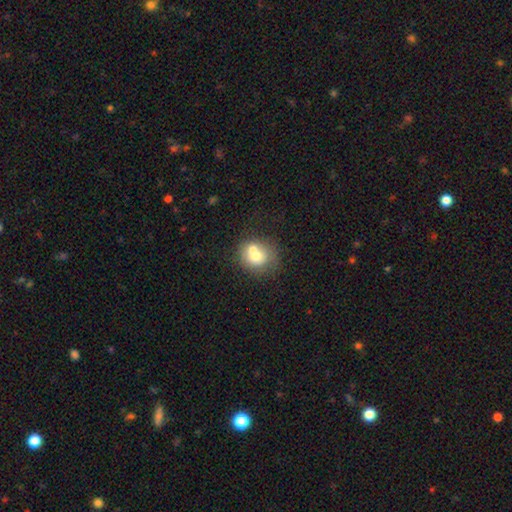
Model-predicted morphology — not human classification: smooth-or-featured: smooth: 66% | featured or disk: 25% | star or artifact: 9%
  how-rounded: round: 77% | in between: 22% | cigar-shaped: 1%
  merging: merger: 50% | none: 34% | minor disturbance: 11% | major disturbance: 5%